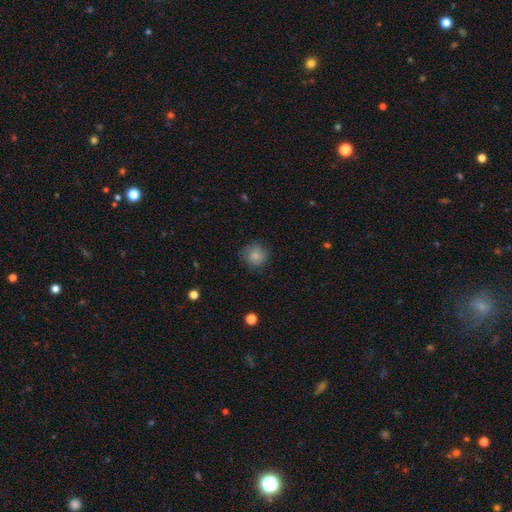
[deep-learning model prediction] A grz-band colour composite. It shows a smooth galaxy with no disk features (85%) that is round (90%). Merging: none (78%).